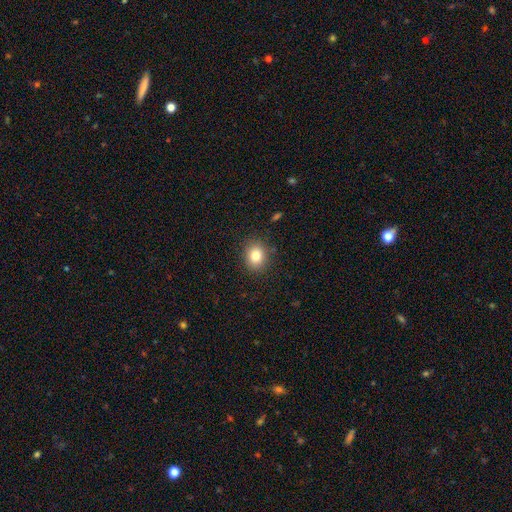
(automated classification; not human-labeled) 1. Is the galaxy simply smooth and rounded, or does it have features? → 82% smooth, 10% star or artifact, 7% featured or disk.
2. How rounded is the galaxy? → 64% round, 36% in between, 1% cigar-shaped.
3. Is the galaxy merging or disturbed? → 87% none, 9% minor disturbance, 3% major disturbance, 1% merger.